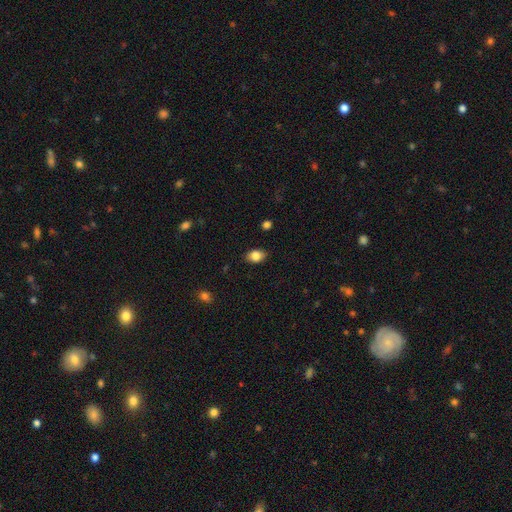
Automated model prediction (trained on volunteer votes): Morphology: type=smooth (84%); roundness=in between (80%); merging=none (86%).